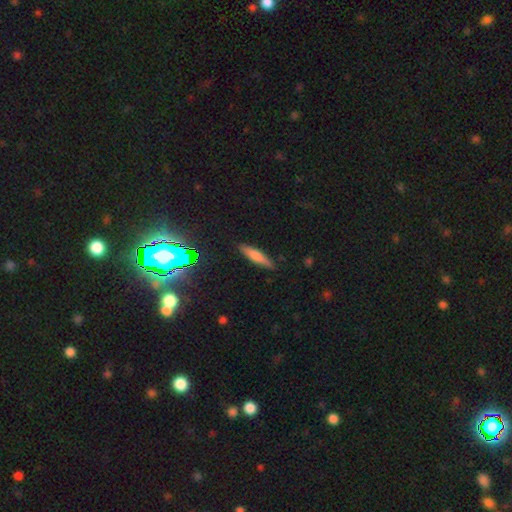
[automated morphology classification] Smooth or featured: smooth — 67% (featured or disk — 23%)
How rounded: cigar-shaped — 80% (in between — 18%)
Merging: none — 87% (minor disturbance — 9%)